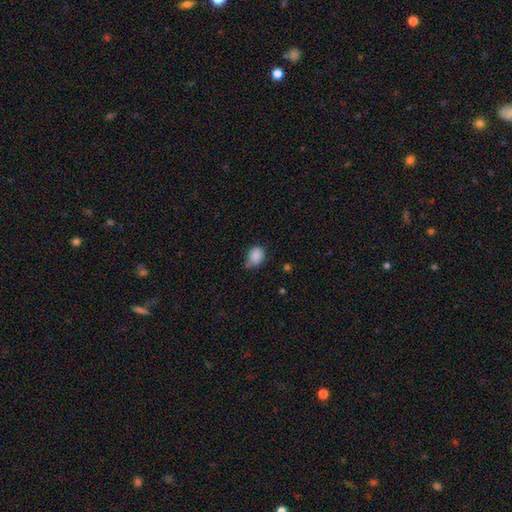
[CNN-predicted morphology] A smooth galaxy with no disk features (87%) that is in between round and cigar-shaped (61%). Merging: none (52%).